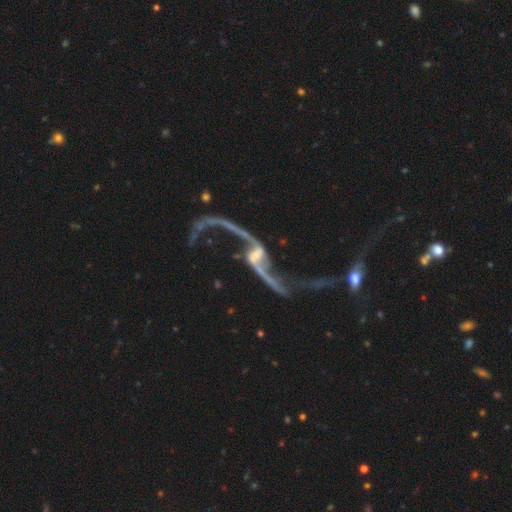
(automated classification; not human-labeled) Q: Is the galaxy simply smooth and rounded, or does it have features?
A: featured or disk — 92%.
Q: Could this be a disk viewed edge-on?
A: no — 93%.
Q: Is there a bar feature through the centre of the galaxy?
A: weak — 41%.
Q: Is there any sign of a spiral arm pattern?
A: yes — 94%.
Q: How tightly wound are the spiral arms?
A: loose — 95%.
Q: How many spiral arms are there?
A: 2 — 93%.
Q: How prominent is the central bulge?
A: small — 39%.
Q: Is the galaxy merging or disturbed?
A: none — 46%.